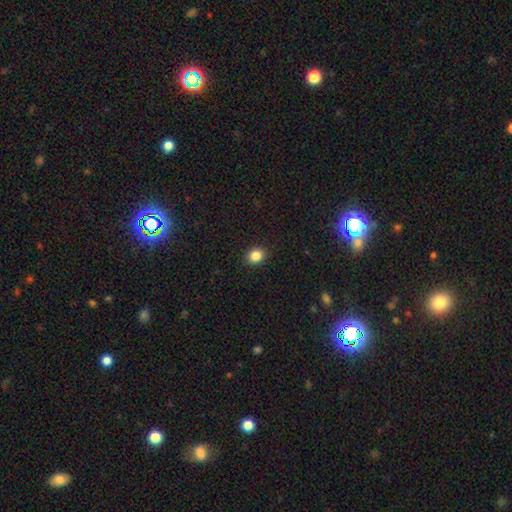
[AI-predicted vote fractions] Q: Smooth or featured?
A: smooth (85%); runner-up: star or artifact (11%)
Q: How rounded?
A: round (64%); runner-up: in between (35%)
Q: Merging?
A: none (91%); runner-up: minor disturbance (6%)